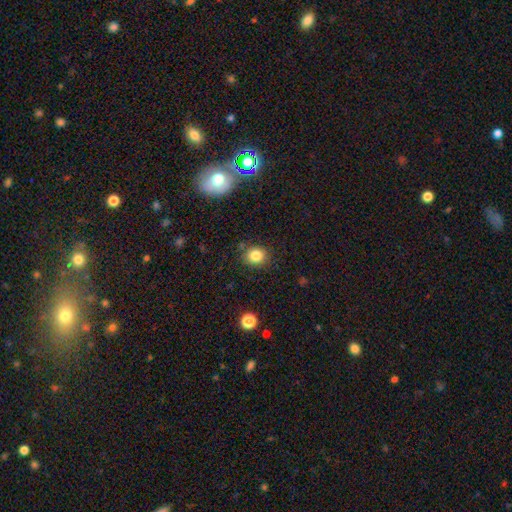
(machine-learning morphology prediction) Overall: smooth (82%). How rounded: round (76%). Merging: none (85%).